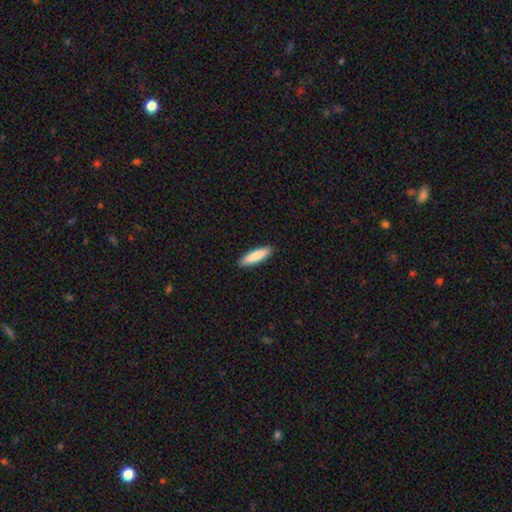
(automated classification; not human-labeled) smooth 84%, featured or disk 11%, star or artifact 5%. Down the decision tree: how rounded — cigar-shaped (72%); merging — none (91%).